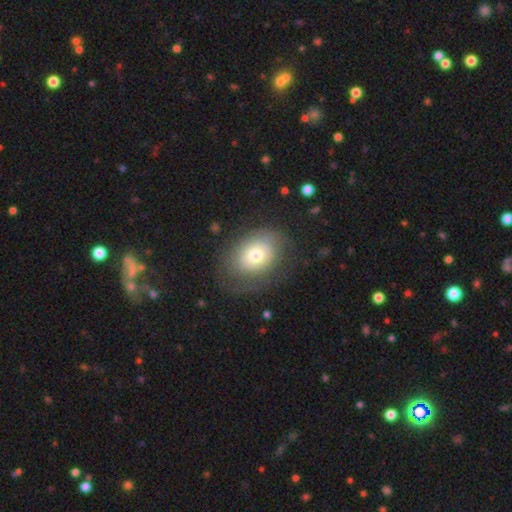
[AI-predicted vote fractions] A smooth galaxy with no disk features (58%) that is in between round and cigar-shaped (67%).

Vote fractions:
- Smooth or featured? smooth: 58% / featured or disk: 33% / star or artifact: 9%
- How rounded? in between: 67% / round: 32% / cigar-shaped: 1%
- Merging? none: 65% / minor disturbance: 21% / major disturbance: 14% / merger: 1%